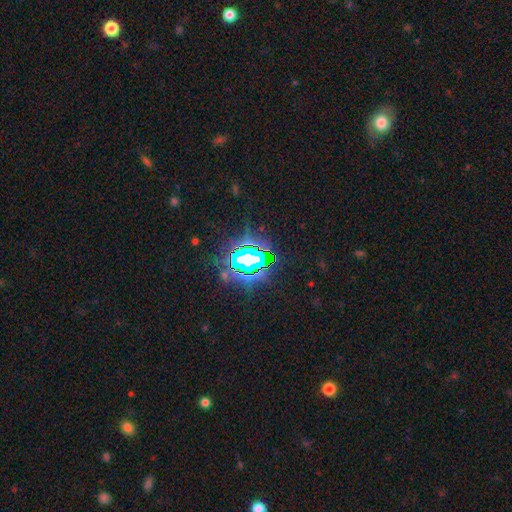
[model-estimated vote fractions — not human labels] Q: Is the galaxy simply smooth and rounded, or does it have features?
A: star or artifact — 78%.